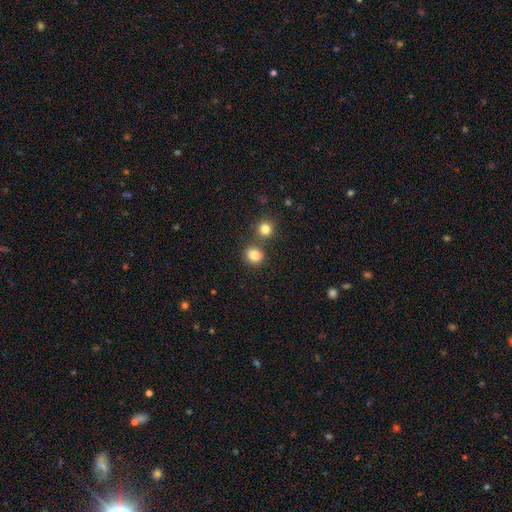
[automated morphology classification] This appears to be a smooth galaxy with no disk features (82%) that is round (74%). Merging: none (70%).